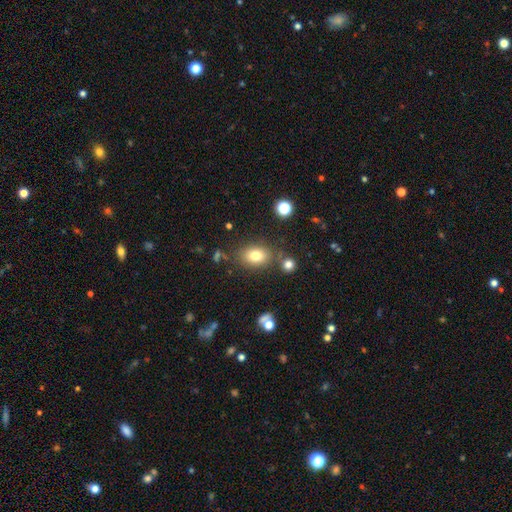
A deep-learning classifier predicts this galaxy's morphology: Q: Smooth or featured?
A: smooth (77%); runner-up: star or artifact (12%)
Q: How rounded?
A: in between (70%); runner-up: round (29%)
Q: Merging?
A: none (75%); runner-up: minor disturbance (13%)